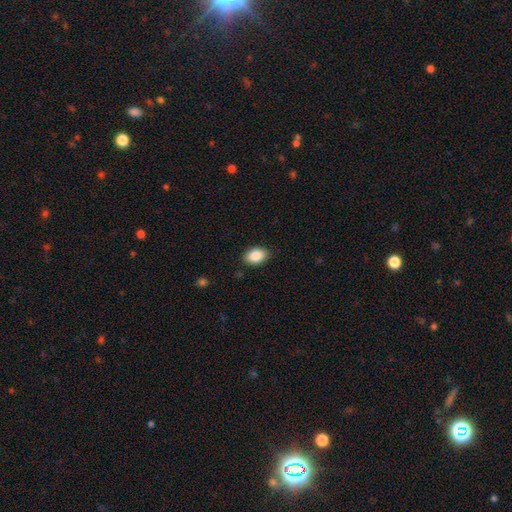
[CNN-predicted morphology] Q: Smooth or featured?
A: smooth (87%); runner-up: star or artifact (8%)
Q: How rounded?
A: in between (83%); runner-up: round (15%)
Q: Merging?
A: none (88%); runner-up: minor disturbance (9%)